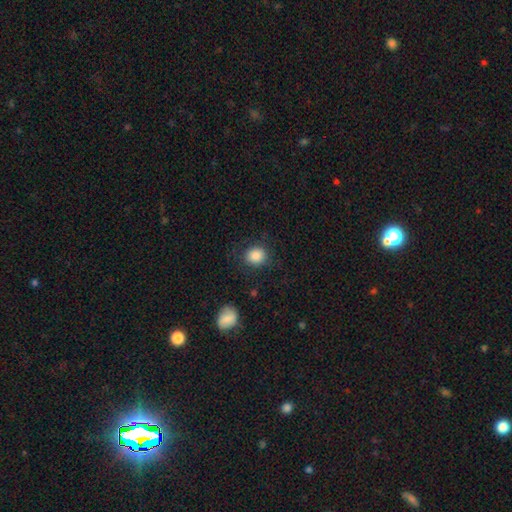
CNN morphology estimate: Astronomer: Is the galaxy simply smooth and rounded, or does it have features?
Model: smooth — 87%.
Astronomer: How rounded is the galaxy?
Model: round — 79%.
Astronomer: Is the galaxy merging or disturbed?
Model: none — 81%.